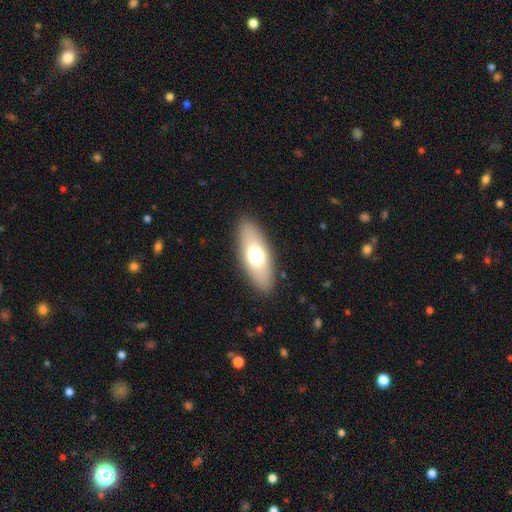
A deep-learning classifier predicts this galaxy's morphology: A smooth galaxy with no disk features (64%) that is in between round and cigar-shaped (78%).

Vote fractions:
- Smooth or featured? smooth: 64% / featured or disk: 28% / star or artifact: 8%
- How rounded? in between: 78% / cigar-shaped: 18% / round: 4%
- Merging? none: 88% / minor disturbance: 8% / major disturbance: 3% / merger: 1%